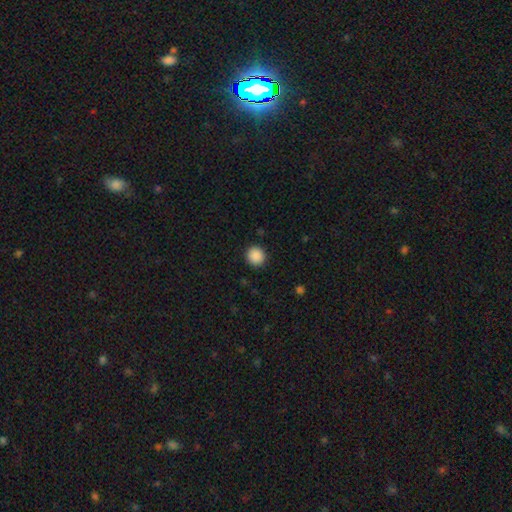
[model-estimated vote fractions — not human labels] This appears to be a smooth galaxy with no disk features (89%) that is round (93%). Merging: none (92%).